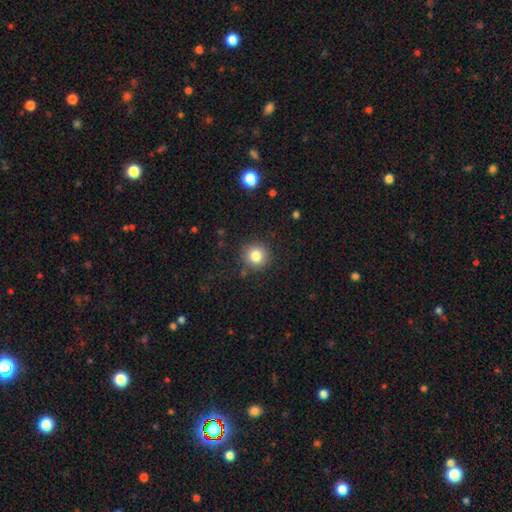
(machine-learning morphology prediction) Smooth or featured? Predicted: smooth (p=0.82). How rounded? Predicted: round (p=0.93). Merging? Predicted: none (p=0.88).